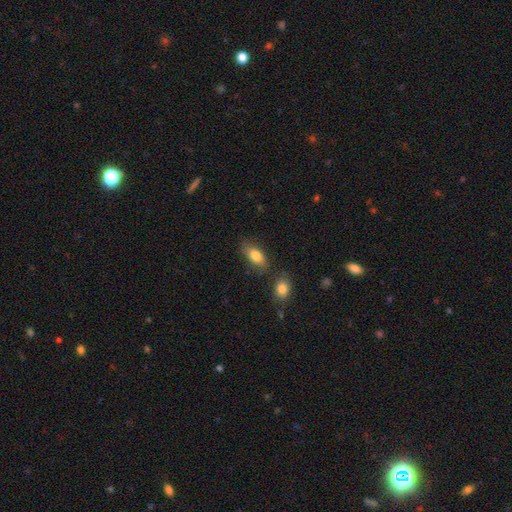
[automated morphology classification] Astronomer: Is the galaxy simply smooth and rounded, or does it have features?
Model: smooth — 80%.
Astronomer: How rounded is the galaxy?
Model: in between — 87%.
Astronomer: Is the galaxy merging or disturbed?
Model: none — 70%.